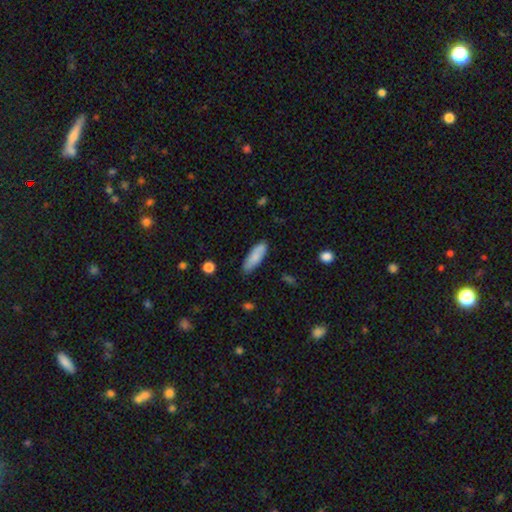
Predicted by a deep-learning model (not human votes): This is clearly a smooth galaxy (84%). How rounded: possibly in between (60%). Merging: clearly none (82%).